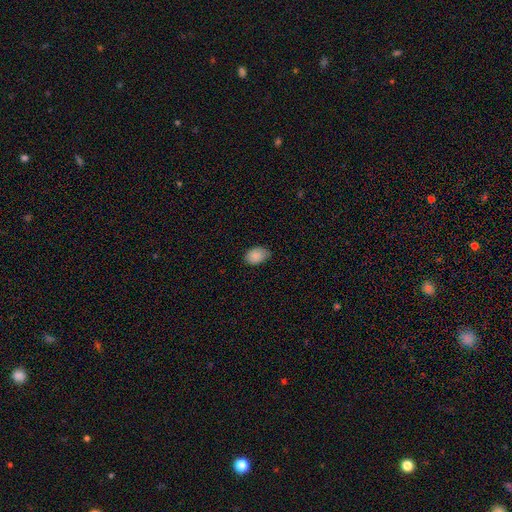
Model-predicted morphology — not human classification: Q: Smooth or featured?
A: smooth (88%); runner-up: star or artifact (7%)
Q: How rounded?
A: in between (82%); runner-up: round (17%)
Q: Merging?
A: none (74%); runner-up: minor disturbance (22%)